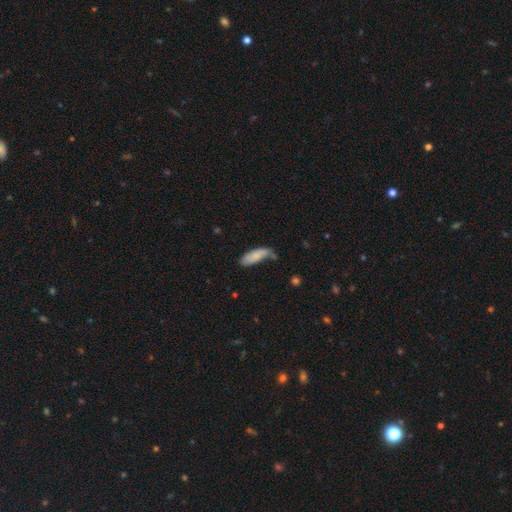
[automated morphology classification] smooth 80%, featured or disk 14%, star or artifact 6%. Down the decision tree: how rounded — in between (61%); merging — none (49%).